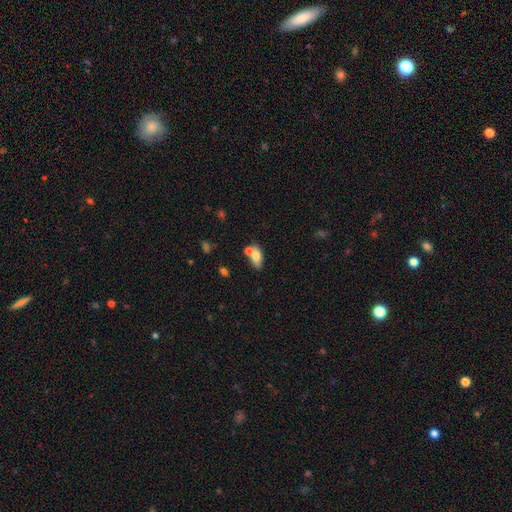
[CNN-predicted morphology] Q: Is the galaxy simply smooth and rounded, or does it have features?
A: smooth — 73%.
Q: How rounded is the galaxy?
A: in between — 86%.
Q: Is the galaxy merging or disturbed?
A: none — 49%.